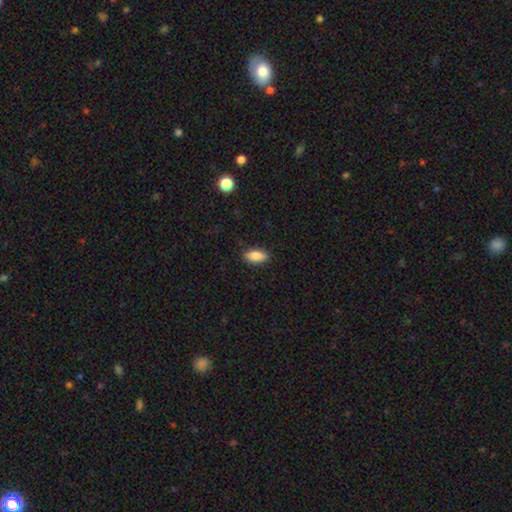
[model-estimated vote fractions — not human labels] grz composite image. It shows a smooth galaxy with no disk features (83%) that is in between round and cigar-shaped (82%). Merging: none (87%).